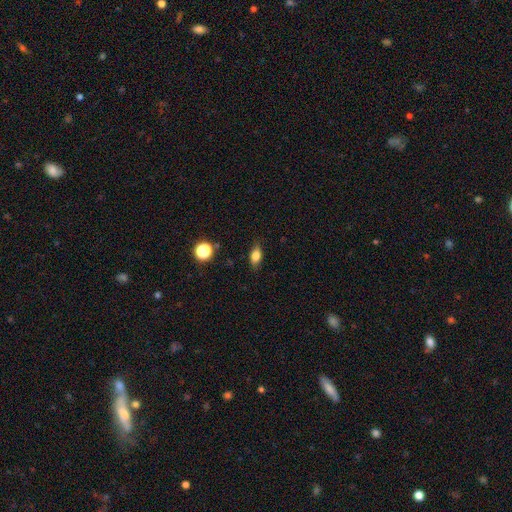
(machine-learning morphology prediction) A smooth galaxy with no disk features (80%) that is in between round and cigar-shaped (81%).

Vote fractions:
- Smooth or featured? smooth: 80% / star or artifact: 10% / featured or disk: 9%
- How rounded? in between: 81% / round: 11% / cigar-shaped: 8%
- Merging? none: 82% / minor disturbance: 14% / major disturbance: 3% / merger: 1%